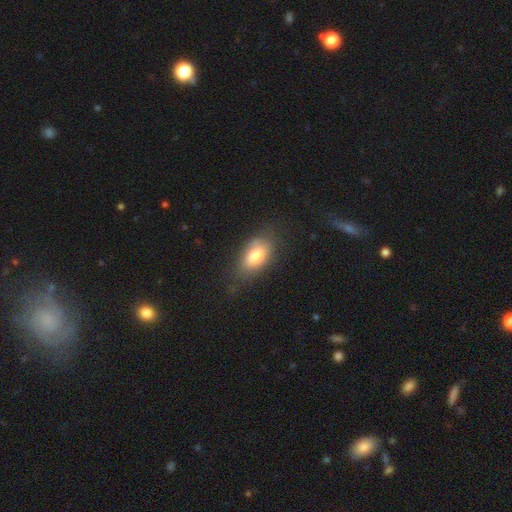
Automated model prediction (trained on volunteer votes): Q: Smooth or featured?
A: smooth (78%); runner-up: featured or disk (14%)
Q: How rounded?
A: in between (90%); runner-up: round (6%)
Q: Merging?
A: none (71%); runner-up: minor disturbance (21%)